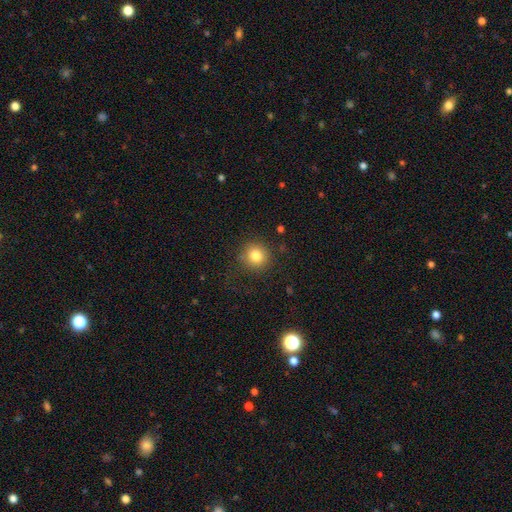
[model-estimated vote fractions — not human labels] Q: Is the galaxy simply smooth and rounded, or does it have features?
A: smooth — 82%.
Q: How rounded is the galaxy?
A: round — 92%.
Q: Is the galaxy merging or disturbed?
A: none — 86%.